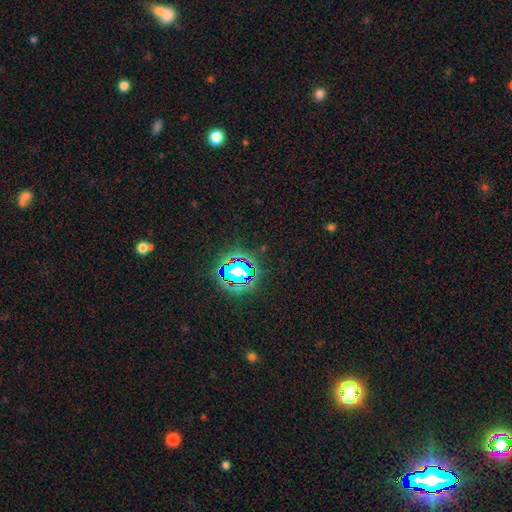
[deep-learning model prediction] star or artifact 80%, smooth 13%, featured or disk 8%.